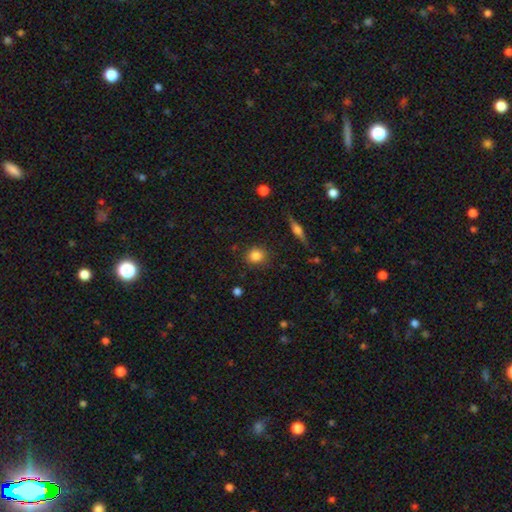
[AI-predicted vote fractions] The model was most divided on "how rounded": round: 81%, in between: 17%, cigar-shaped: 2%. More confident: merging — none (85%); smooth or featured — smooth (84%).